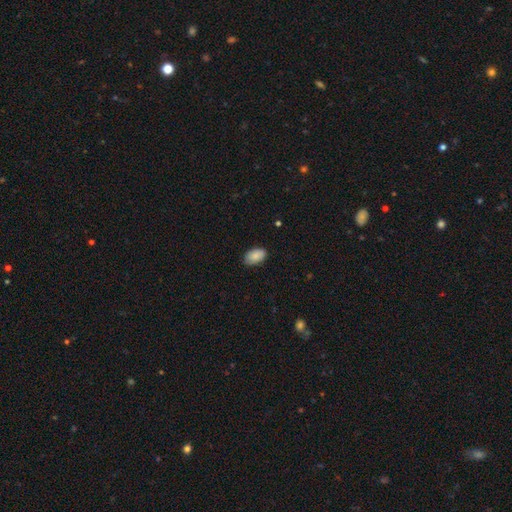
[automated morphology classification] Smooth or featured: smooth — 86% (featured or disk — 7%)
How rounded: in between — 93% (round — 6%)
Merging: none — 81% (minor disturbance — 15%)